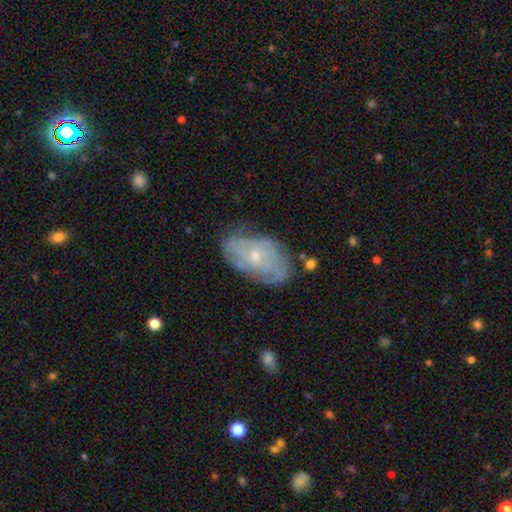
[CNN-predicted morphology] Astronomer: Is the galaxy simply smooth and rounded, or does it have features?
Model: featured or disk — 64%.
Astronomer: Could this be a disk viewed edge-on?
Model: no — 94%.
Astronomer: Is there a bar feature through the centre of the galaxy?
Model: no — 78%.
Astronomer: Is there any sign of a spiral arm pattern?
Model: yes — 66%.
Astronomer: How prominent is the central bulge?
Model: small — 69%.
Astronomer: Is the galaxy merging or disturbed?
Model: none — 68%.